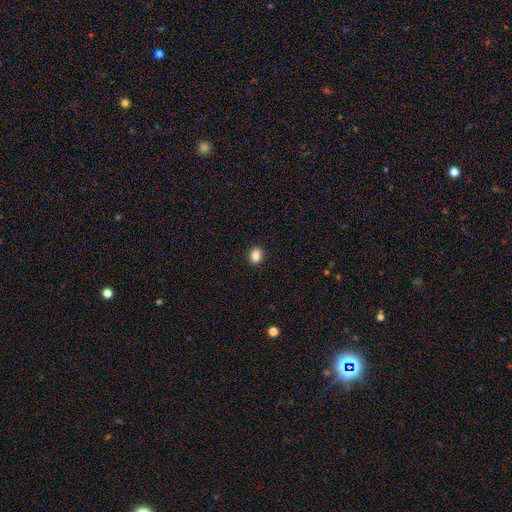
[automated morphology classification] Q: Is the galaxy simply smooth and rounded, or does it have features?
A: smooth — 87%.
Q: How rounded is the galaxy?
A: in between — 61%.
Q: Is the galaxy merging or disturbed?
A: none — 91%.